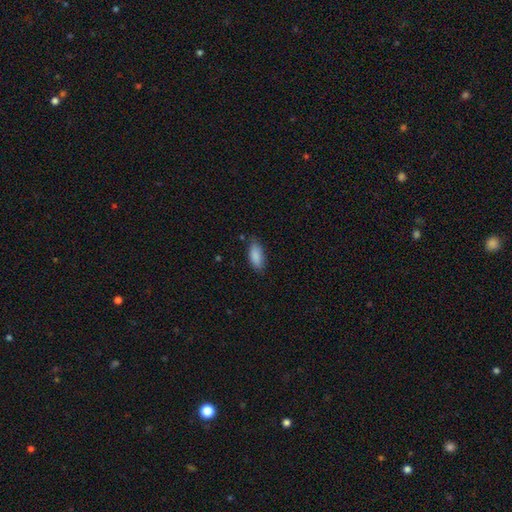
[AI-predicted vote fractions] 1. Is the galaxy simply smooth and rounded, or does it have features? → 88% smooth, 7% star or artifact, 5% featured or disk.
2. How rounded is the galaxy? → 84% in between, 14% cigar-shaped, 2% round.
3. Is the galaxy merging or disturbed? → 80% none, 16% minor disturbance, 3% major disturbance, 2% merger.